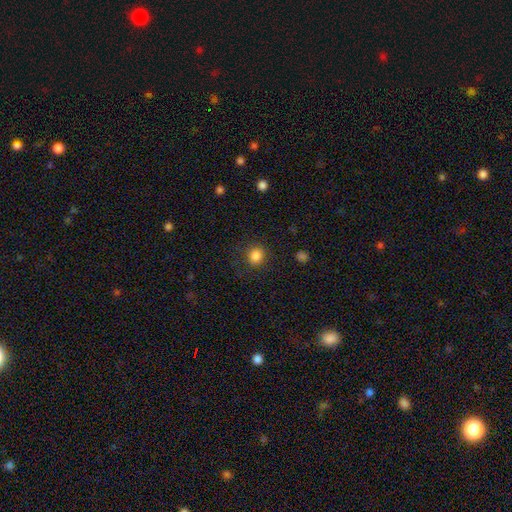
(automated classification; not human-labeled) Smooth or featured: smooth — 84% (star or artifact — 11%)
How rounded: round — 84% (in between — 15%)
Merging: none — 87% (minor disturbance — 8%)